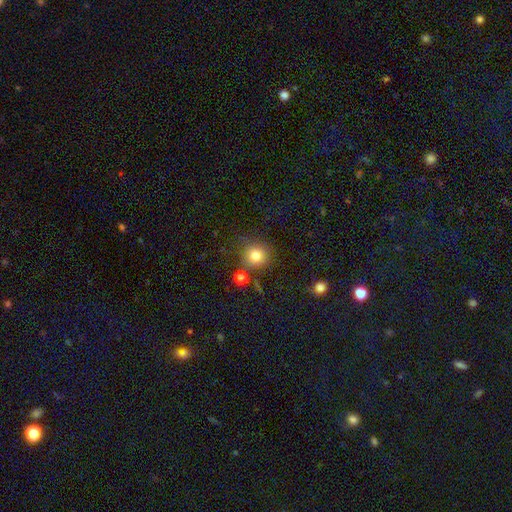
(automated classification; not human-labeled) Smooth or featured? Predicted: smooth (p=0.81). How rounded? Predicted: round (p=0.90). Merging? Predicted: none (p=0.76).